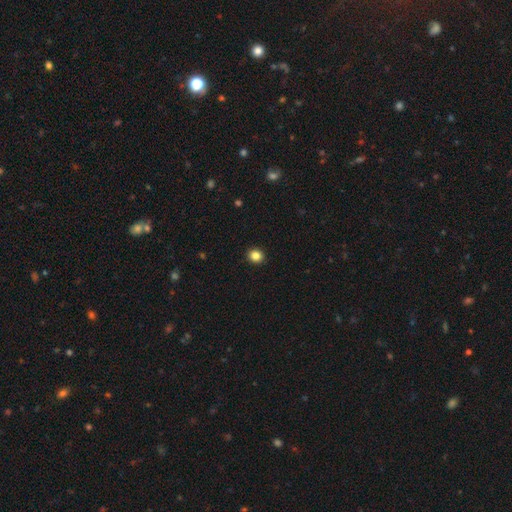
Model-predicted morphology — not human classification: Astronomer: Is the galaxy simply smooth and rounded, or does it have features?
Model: smooth — 85%.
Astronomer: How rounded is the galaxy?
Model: round — 79%.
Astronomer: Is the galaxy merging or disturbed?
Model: none — 93%.